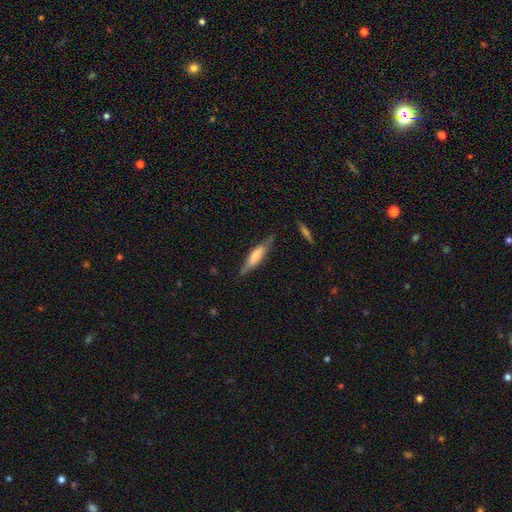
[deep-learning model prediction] Smooth or featured? smooth (55%)
How rounded? cigar-shaped (74%)
Merging? none (73%)